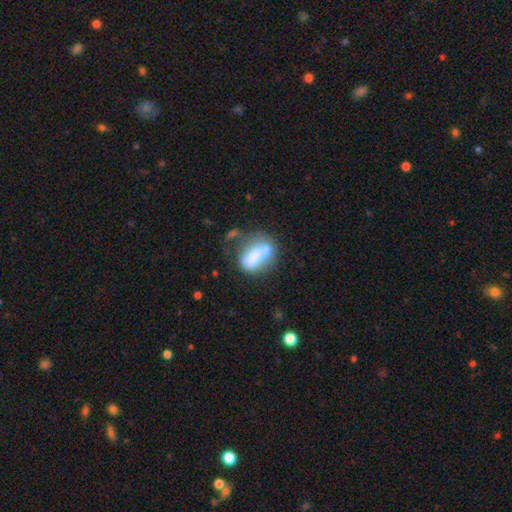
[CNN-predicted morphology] The model was most divided on "merging": merger: 45%, none: 25%, minor disturbance: 15%, major disturbance: 15%. More confident: how rounded — in between (74%); smooth or featured — smooth (59%).